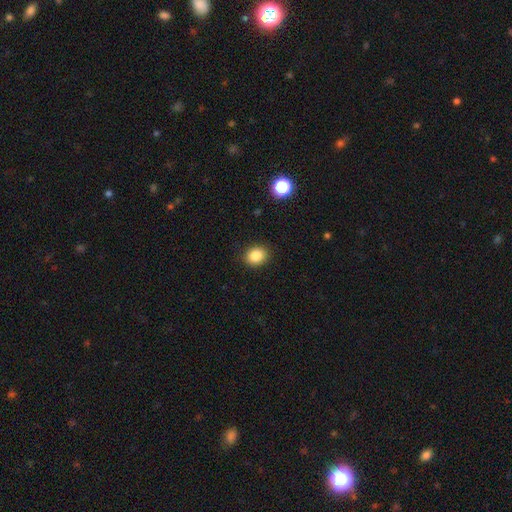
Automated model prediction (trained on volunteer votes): Smooth or featured?
  - smooth: 85% *
  - star or artifact: 10%
  - featured or disk: 5%
How rounded?
  - round: 56% *
  - in between: 43%
  - cigar-shaped: 1%
Merging?
  - none: 90% *
  - minor disturbance: 7%
  - major disturbance: 2%
  - merger: 1%